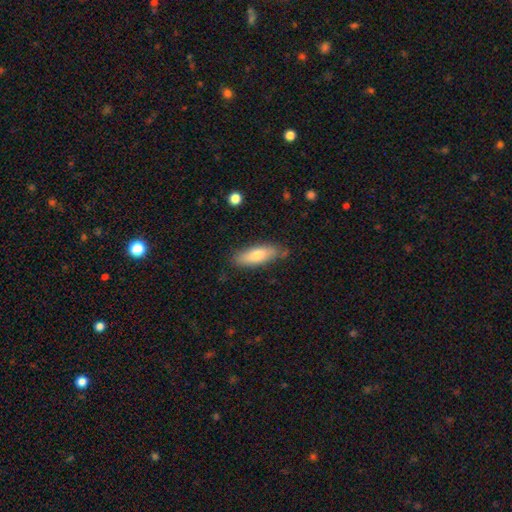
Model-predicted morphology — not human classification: Q: Smooth or featured?
A: smooth (73%); runner-up: featured or disk (21%)
Q: How rounded?
A: in between (49%); tied with: cigar-shaped (49%)
Q: Merging?
A: none (80%); runner-up: minor disturbance (15%)